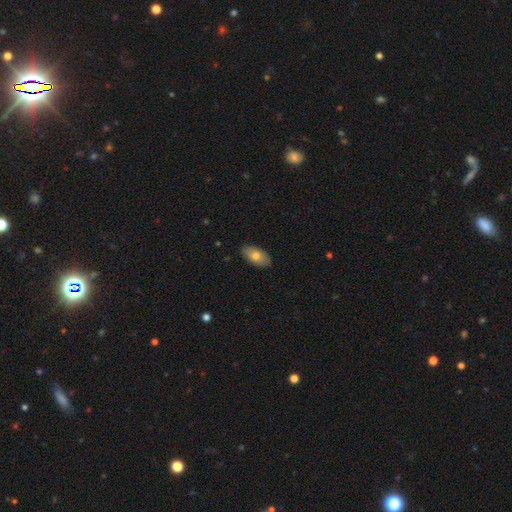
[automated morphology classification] Smooth or featured?
  - smooth: 74% *
  - featured or disk: 20%
  - star or artifact: 6%
How rounded?
  - in between: 94% *
  - cigar-shaped: 3%
  - round: 3%
Merging?
  - none: 88% *
  - minor disturbance: 9%
  - major disturbance: 2%
  - merger: 1%